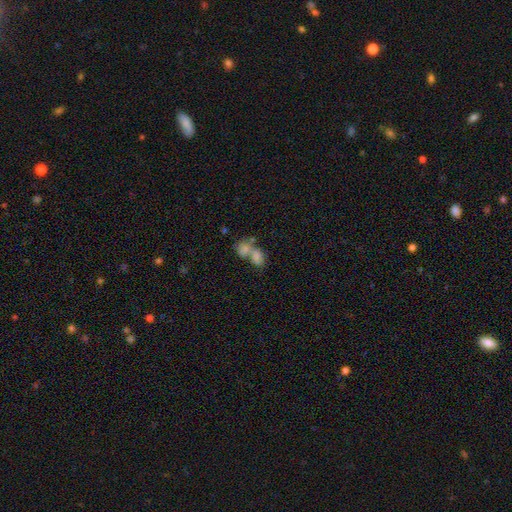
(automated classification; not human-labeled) Q: Smooth or featured?
A: smooth (65%); runner-up: featured or disk (19%)
Q: How rounded?
A: in between (62%); runner-up: round (35%)
Q: Merging?
A: merger (65%); runner-up: none (23%)